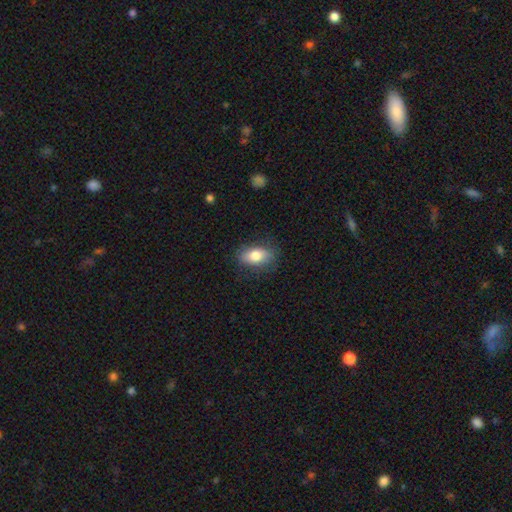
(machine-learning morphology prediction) Smooth or featured: smooth — 77% (featured or disk — 16%)
How rounded: in between — 88% (round — 9%)
Merging: none — 81% (minor disturbance — 14%)